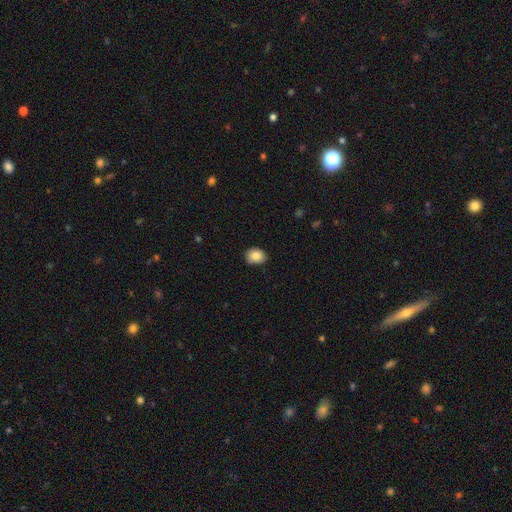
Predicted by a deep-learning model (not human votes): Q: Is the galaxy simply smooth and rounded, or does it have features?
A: smooth — 85%.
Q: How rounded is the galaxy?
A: in between — 52%.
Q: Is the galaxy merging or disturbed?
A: none — 82%.